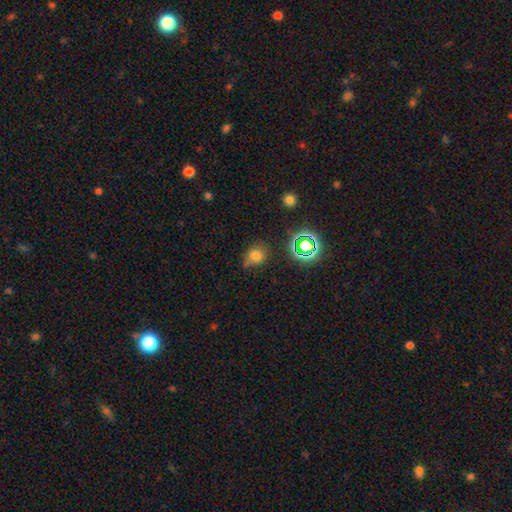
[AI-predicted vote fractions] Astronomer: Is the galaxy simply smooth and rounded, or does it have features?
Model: smooth — 69%.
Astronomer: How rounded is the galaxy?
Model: round — 75%.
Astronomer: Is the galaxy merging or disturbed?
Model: none — 63%.